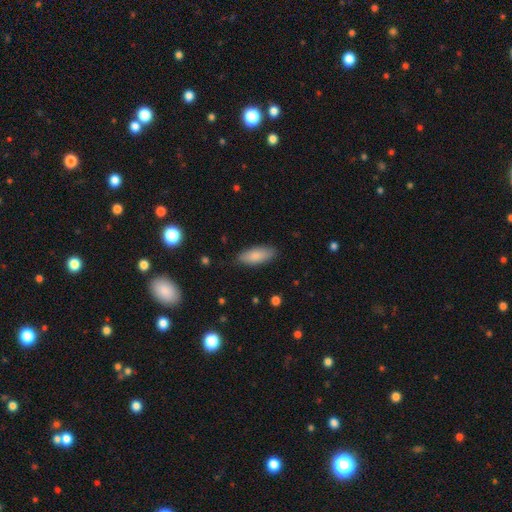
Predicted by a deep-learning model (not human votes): smooth_or_featured: smooth (p=0.84) [alt: featured or disk p=0.10]
how_rounded: in between (p=0.79) [alt: cigar-shaped p=0.19]
merging: none (p=0.85) [alt: minor disturbance p=0.11]